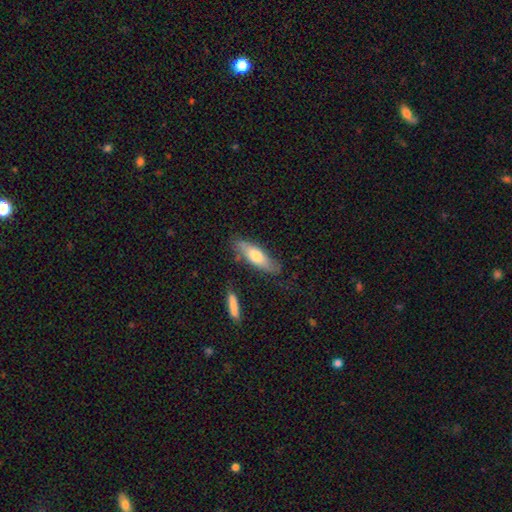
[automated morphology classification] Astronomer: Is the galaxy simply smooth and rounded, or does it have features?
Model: smooth — 65%.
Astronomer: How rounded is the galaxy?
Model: cigar-shaped — 49%, tied with in between at 49%.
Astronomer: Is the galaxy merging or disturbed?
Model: none — 73%.